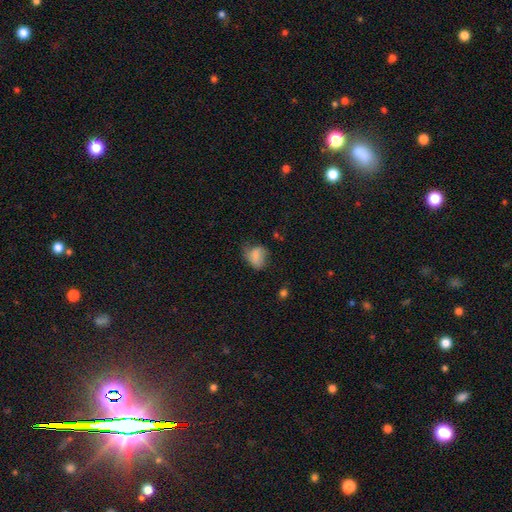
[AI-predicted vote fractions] A smooth galaxy with no disk features (71%) that is in between round and cigar-shaped (62%).

Vote fractions:
- Smooth or featured? smooth: 71% / featured or disk: 19% / star or artifact: 10%
- How rounded? in between: 62% / round: 36% / cigar-shaped: 1%
- Merging? none: 43% / minor disturbance: 36% / major disturbance: 19% / merger: 2%